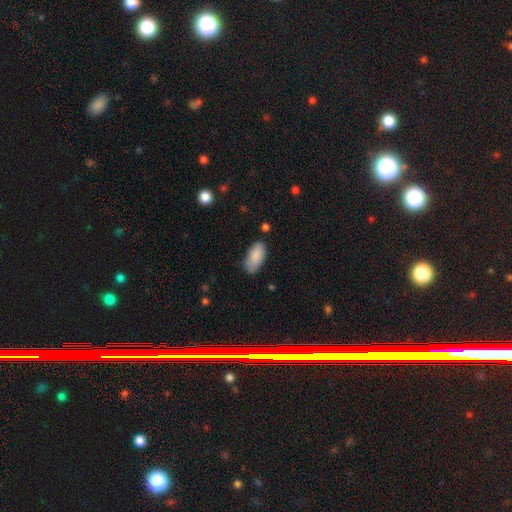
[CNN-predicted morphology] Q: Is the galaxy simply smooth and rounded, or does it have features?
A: smooth — 87%.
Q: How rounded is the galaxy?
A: in between — 92%.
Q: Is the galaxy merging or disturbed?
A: none — 73%.